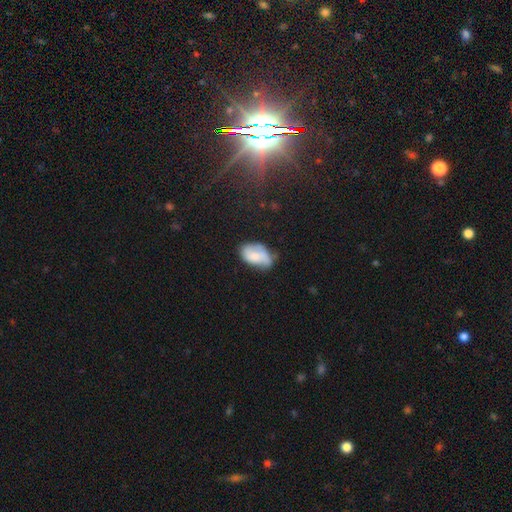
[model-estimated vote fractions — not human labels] smooth-or-featured: smooth: 58% | featured or disk: 34% | star or artifact: 8%
  how-rounded: in between: 91% | round: 7% | cigar-shaped: 2%
  merging: none: 43% | minor disturbance: 37% | major disturbance: 14% | merger: 6%